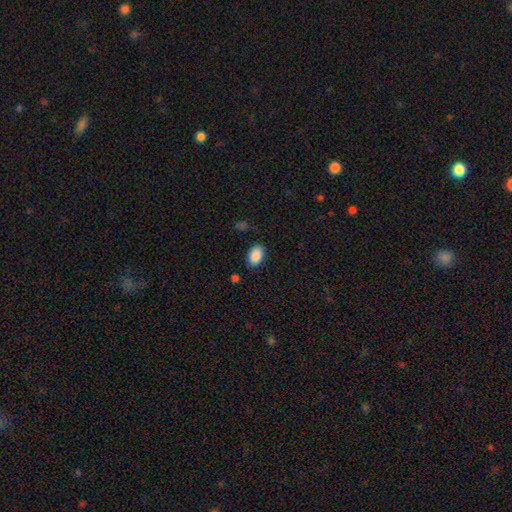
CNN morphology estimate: type=smooth (89%); roundness=in between (89%); merging=none (82%).